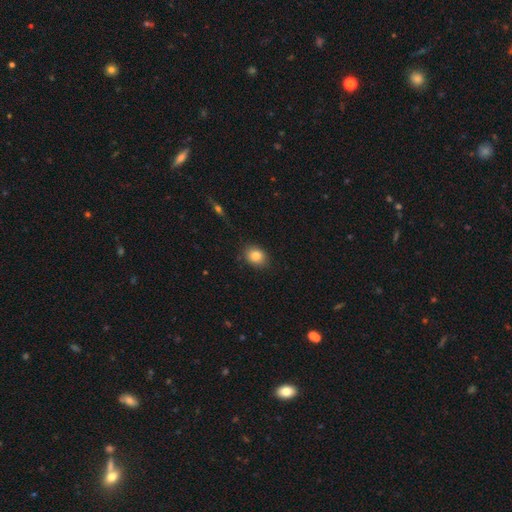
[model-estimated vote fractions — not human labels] A smooth galaxy with no disk features (83%) that is in between round and cigar-shaped (51%). Merging: none (84%).